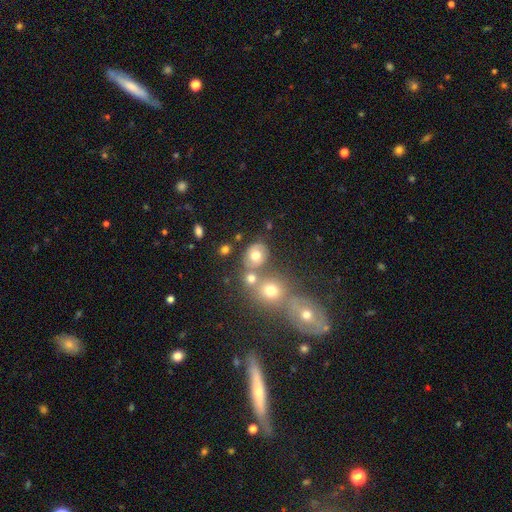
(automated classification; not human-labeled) Smooth or featured? Predicted: smooth (p=0.64). How rounded? Predicted: round (p=0.56). Merging? Predicted: none (p=0.56).